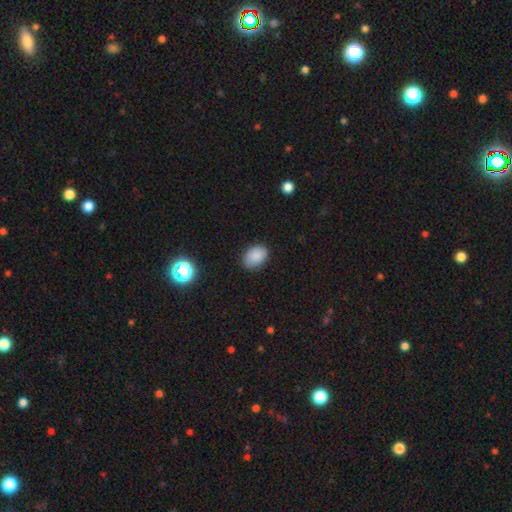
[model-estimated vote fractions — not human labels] smooth 85%, star or artifact 10%, featured or disk 5%. Down the decision tree: how rounded — in between (81%); merging — none (85%).